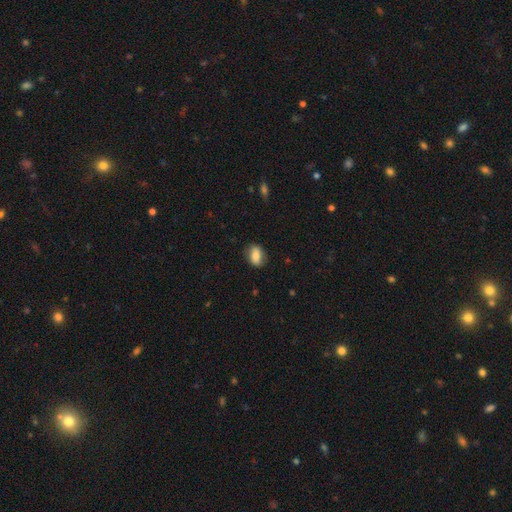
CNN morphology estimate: The model was most divided on "how rounded": in between: 79%, round: 18%, cigar-shaped: 3%. More confident: merging — none (82%); smooth or featured — smooth (79%).